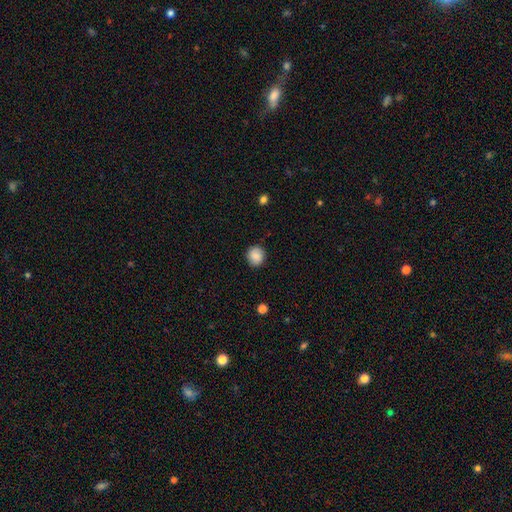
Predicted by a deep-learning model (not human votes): A smooth galaxy with no disk features (84%) that is round (86%).

Vote fractions:
- Smooth or featured? smooth: 84% / star or artifact: 8% / featured or disk: 8%
- How rounded? round: 86% / in between: 13% / cigar-shaped: 1%
- Merging? none: 86% / minor disturbance: 10% / major disturbance: 2% / merger: 1%